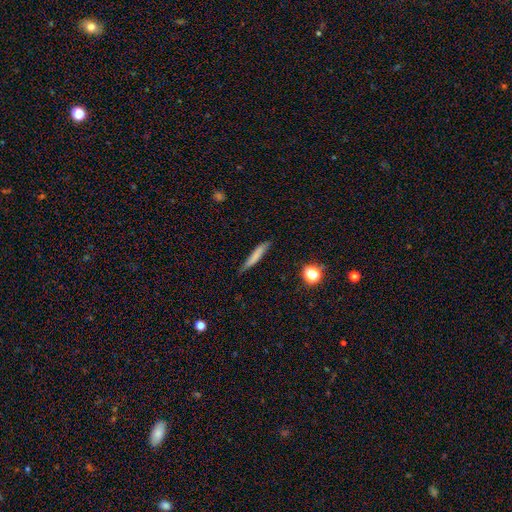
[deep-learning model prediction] smooth 72%, featured or disk 19%, star or artifact 8%. Down the decision tree: how rounded — cigar-shaped (90%); merging — none (75%).